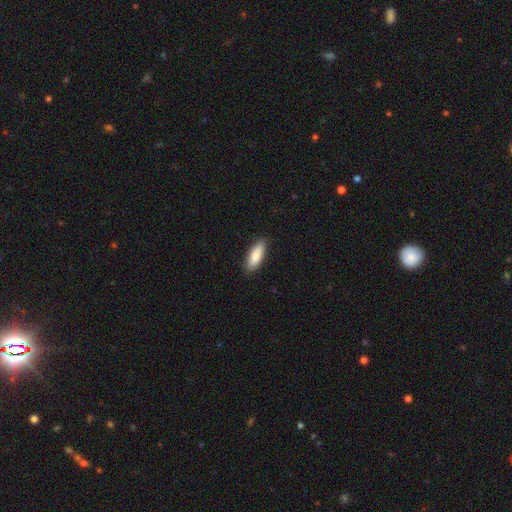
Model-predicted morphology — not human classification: This appears to be a smooth galaxy with no disk features (84%) that is in between round and cigar-shaped (63%). Merging: none (85%).